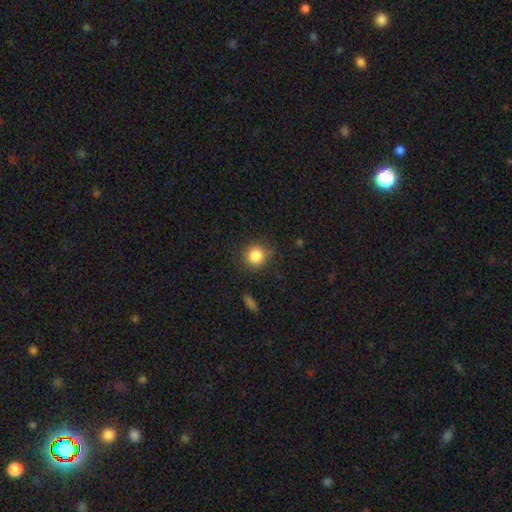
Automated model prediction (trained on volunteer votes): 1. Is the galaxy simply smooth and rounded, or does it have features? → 85% smooth, 10% star or artifact, 5% featured or disk.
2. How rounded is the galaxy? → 88% round, 11% in between, 1% cigar-shaped.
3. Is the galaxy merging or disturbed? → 84% none, 12% minor disturbance, 3% major disturbance, 2% merger.